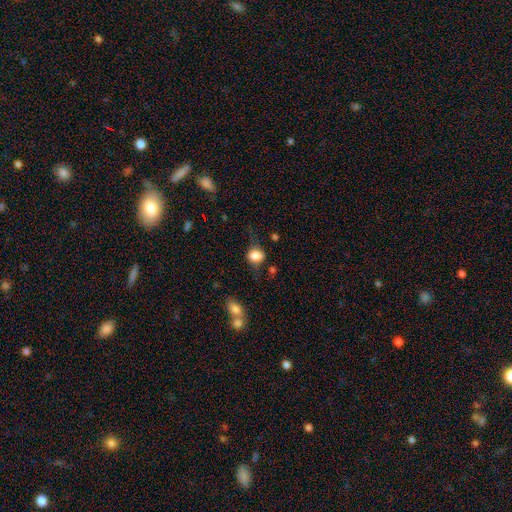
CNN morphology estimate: Smooth or featured: smooth — 76% (featured or disk — 15%)
How rounded: round — 57% (in between — 42%)
Merging: none — 54% (minor disturbance — 27%)